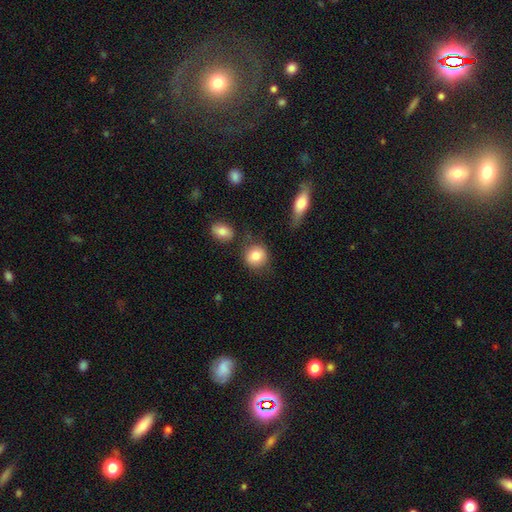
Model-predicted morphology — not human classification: type=smooth (84%); roundness=round (84%); merging=none (72%).